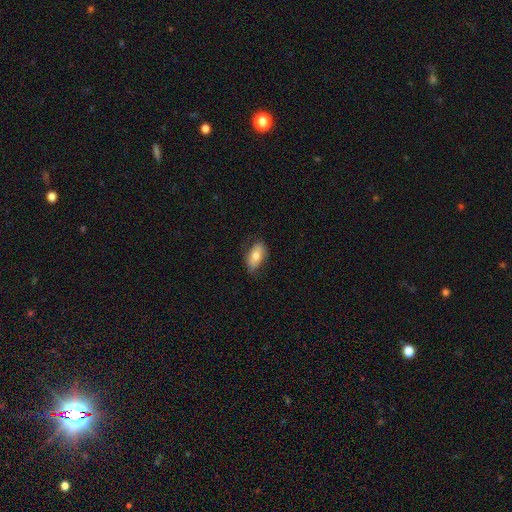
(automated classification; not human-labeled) This is likely a smooth galaxy (74%). How rounded: clearly in between (90%). Merging: likely none (73%).